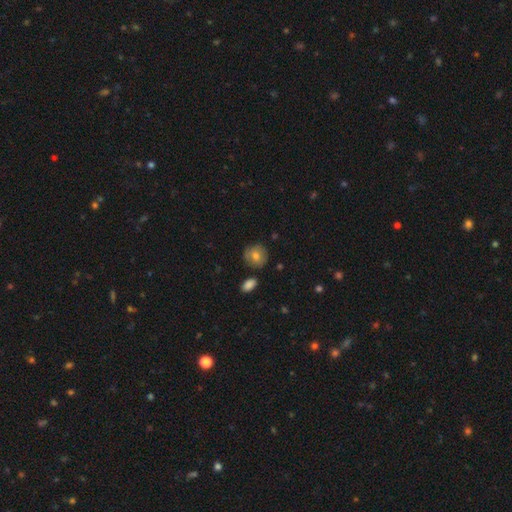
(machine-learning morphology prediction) This is likely a smooth galaxy (76%). How rounded: clearly round (83%). Merging: likely none (79%).